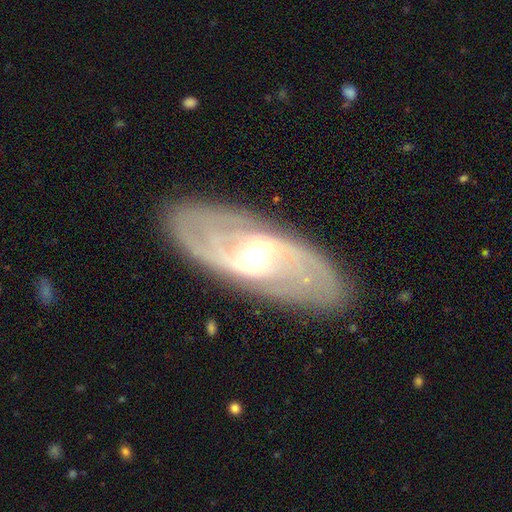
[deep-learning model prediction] Smooth or featured? featured or disk (85%)
Edge-on disk? no (88%)
Bar? no (49%)
Spiral arms? yes (89%)
Spiral winding? tight (42%)
Spiral arm count? 2 (69%)
Bulge size? moderate (69%)
Merging? none (84%)